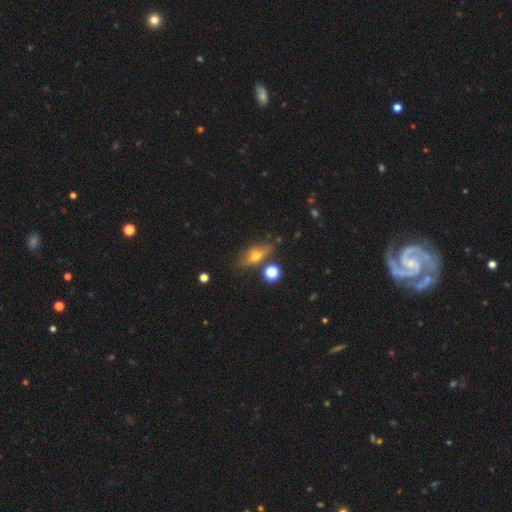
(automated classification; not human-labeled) Morphology: type=featured or disk (46%); merging=none (73%).